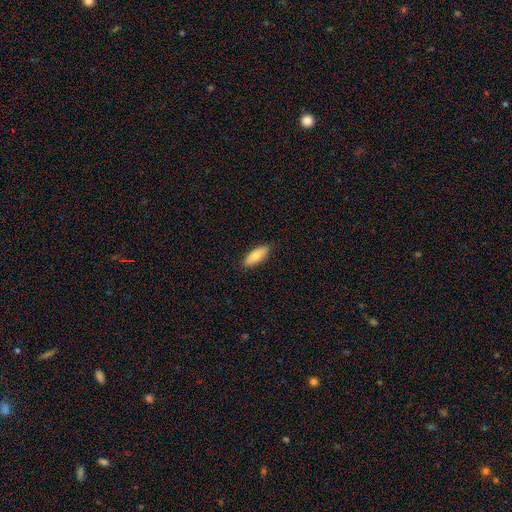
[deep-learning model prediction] Morphology: type=smooth (75%); roundness=in between (69%); merging=none (88%).